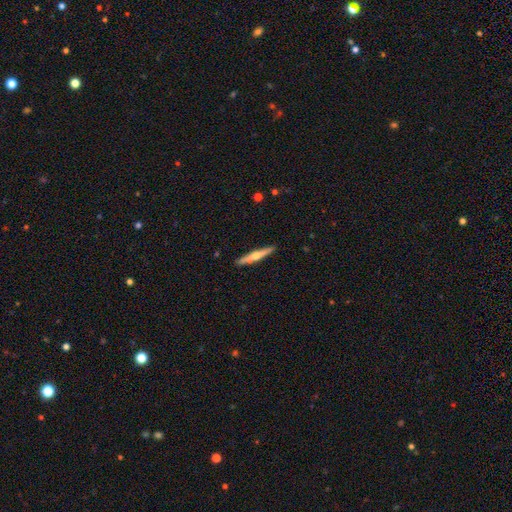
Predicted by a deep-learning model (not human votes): This appears to be a featured or disk galaxy (62%) viewed edge-on (97%) with a rounded central bulge (89%). Merging: none (90%).